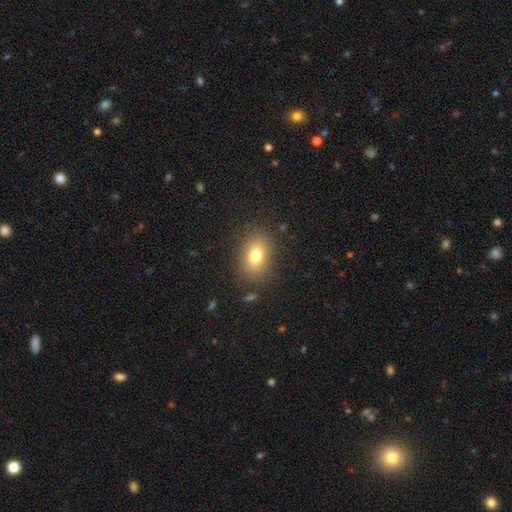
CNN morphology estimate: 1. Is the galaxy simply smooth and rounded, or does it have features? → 77% smooth, 12% featured or disk, 11% star or artifact.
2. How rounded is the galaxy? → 81% in between, 17% round, 2% cigar-shaped.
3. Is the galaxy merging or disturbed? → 85% none, 10% minor disturbance, 4% major disturbance, 2% merger.